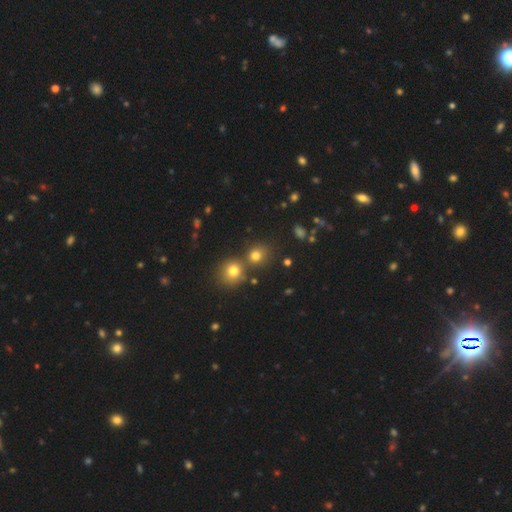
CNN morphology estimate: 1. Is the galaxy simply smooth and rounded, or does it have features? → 74% smooth, 18% star or artifact, 8% featured or disk.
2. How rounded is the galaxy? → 83% round, 16% in between, 1% cigar-shaped.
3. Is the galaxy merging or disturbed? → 61% none, 27% merger, 8% minor disturbance, 3% major disturbance.